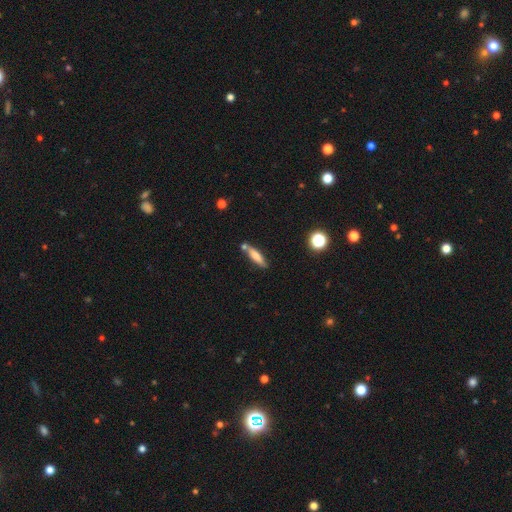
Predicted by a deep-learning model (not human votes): smooth-or-featured: smooth: 68% | featured or disk: 23% | star or artifact: 9%
  how-rounded: cigar-shaped: 73% | in between: 25% | round: 2%
  merging: none: 68% | minor disturbance: 14% | merger: 14% | major disturbance: 4%